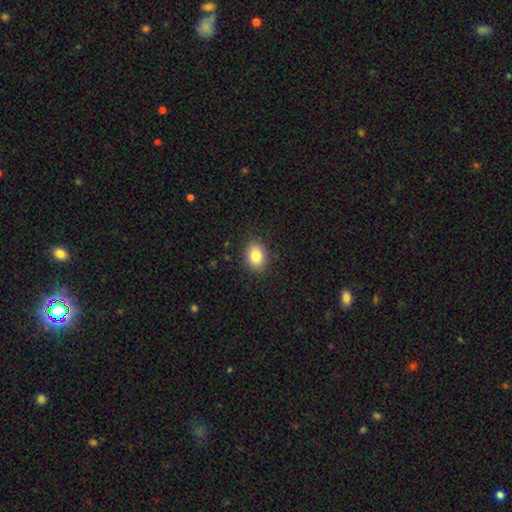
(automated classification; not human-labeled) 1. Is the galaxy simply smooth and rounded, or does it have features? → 84% smooth, 9% star or artifact, 8% featured or disk.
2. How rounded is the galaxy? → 62% in between, 37% round, 1% cigar-shaped.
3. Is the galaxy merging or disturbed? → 88% none, 9% minor disturbance, 2% major disturbance, 1% merger.